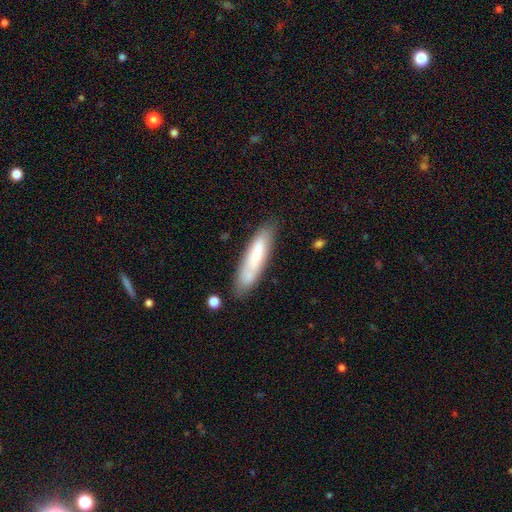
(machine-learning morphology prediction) Smooth or featured: smooth — 66% (featured or disk — 27%)
How rounded: cigar-shaped — 75% (in between — 23%)
Merging: none — 73% (minor disturbance — 17%)